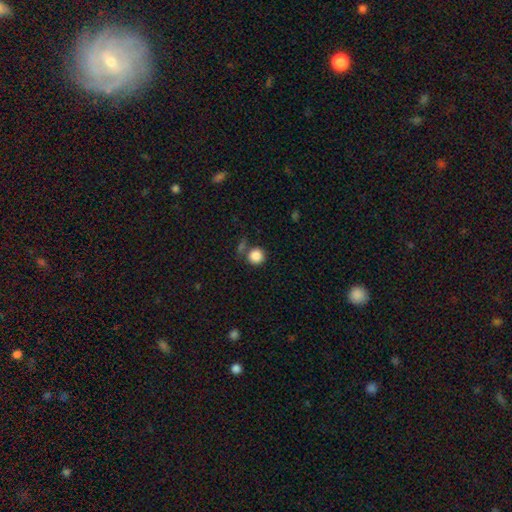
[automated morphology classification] smooth 86%, star or artifact 9%, featured or disk 4%. Down the decision tree: how rounded — round (92%); merging — none (71%).